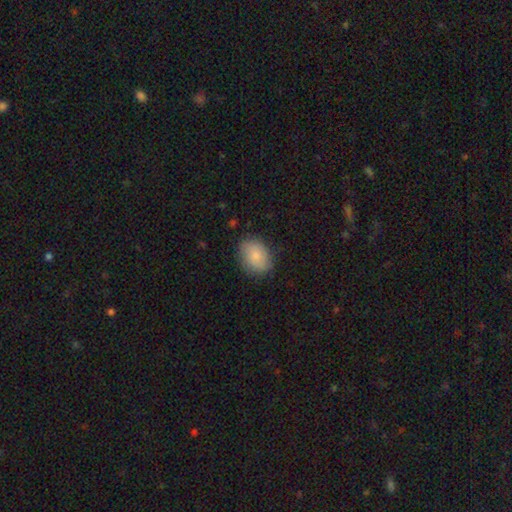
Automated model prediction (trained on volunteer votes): smooth 82%, featured or disk 11%, star or artifact 7%. Down the decision tree: how rounded — in between (68%); merging — none (80%).